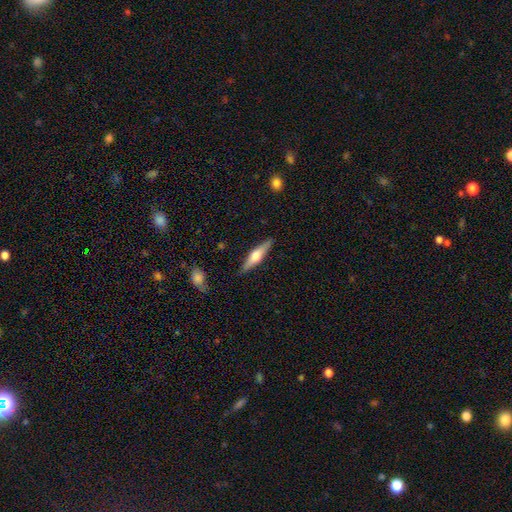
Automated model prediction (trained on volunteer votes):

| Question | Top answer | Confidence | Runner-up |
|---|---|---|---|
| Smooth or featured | featured or disk | 59% | smooth (35%) |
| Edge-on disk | yes | 96% | no (4%) |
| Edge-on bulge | rounded | 91% | boxy (6%) |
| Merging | none | 88% | minor disturbance (9%) |